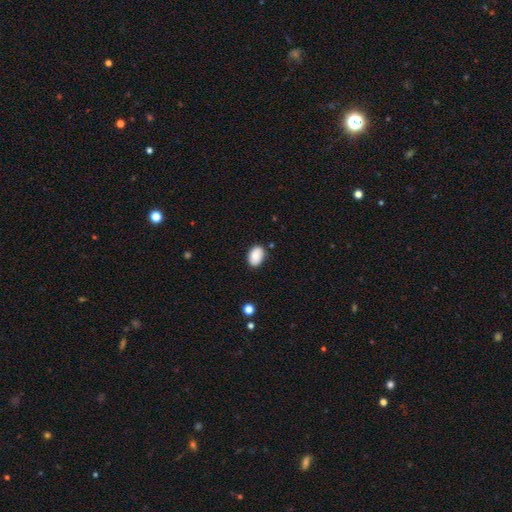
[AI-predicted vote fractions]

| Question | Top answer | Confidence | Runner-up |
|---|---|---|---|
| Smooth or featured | smooth | 87% | star or artifact (7%) |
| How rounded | in between | 85% | round (14%) |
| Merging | none | 83% | minor disturbance (13%) |